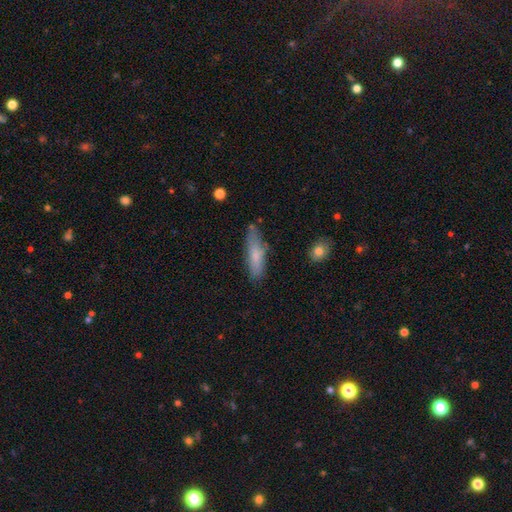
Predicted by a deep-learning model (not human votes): smooth-or-featured: smooth: 73% | featured or disk: 21% | star or artifact: 7%
  how-rounded: cigar-shaped: 66% | in between: 32% | round: 2%
  merging: none: 69% | minor disturbance: 22% | major disturbance: 5% | merger: 4%